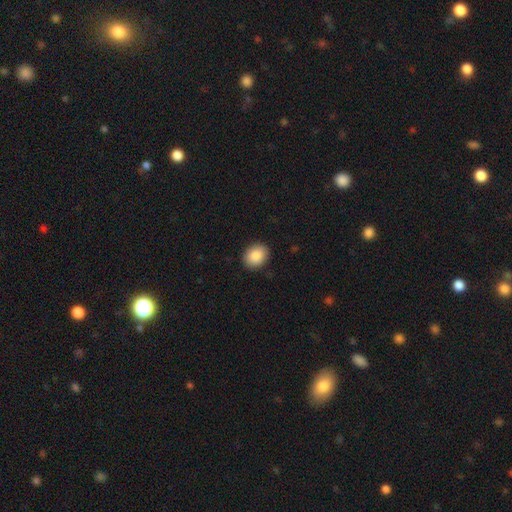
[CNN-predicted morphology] This is clearly a smooth galaxy (88%). How rounded: possibly in between (55%). Merging: clearly none (90%).